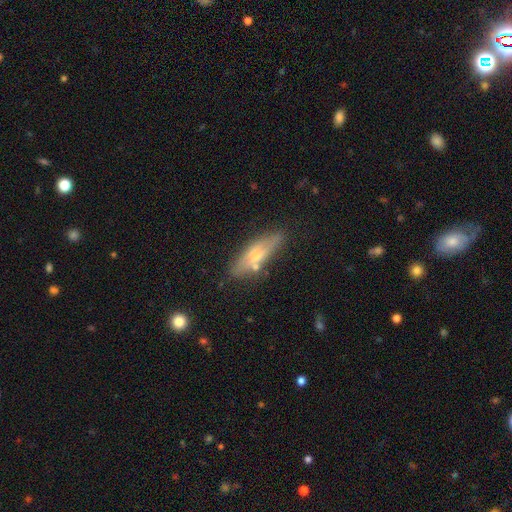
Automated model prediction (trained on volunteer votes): featured or disk 52%, smooth 40%, star or artifact 8%. Down the decision tree: edge-on disk — yes (79%); merging — none (75%).